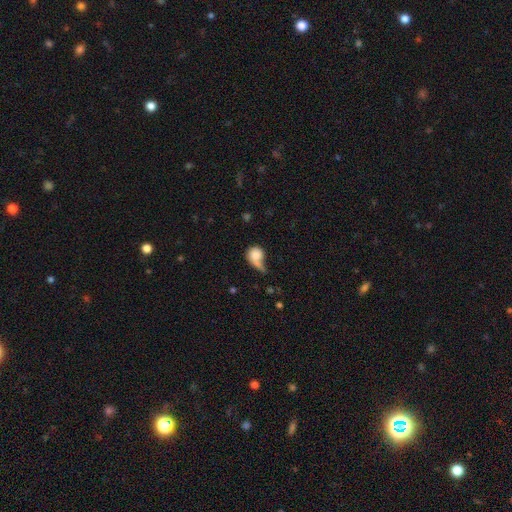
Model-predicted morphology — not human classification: A smooth galaxy with no disk features (72%) that is round (67%).

Vote fractions:
- Smooth or featured? smooth: 72% / featured or disk: 19% / star or artifact: 9%
- How rounded? round: 67% / in between: 30% / cigar-shaped: 3%
- Merging? major disturbance: 36% / none: 26% / minor disturbance: 22% / merger: 16%